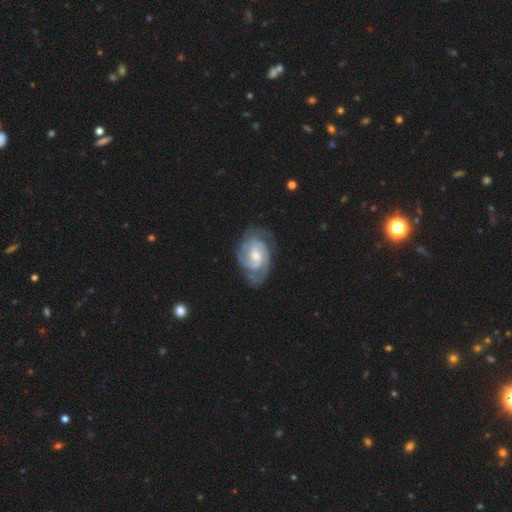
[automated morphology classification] Q: Smooth or featured?
A: featured or disk (86%); runner-up: smooth (10%)
Q: Edge-on disk?
A: no (97%); runner-up: yes (3%)
Q: Bar?
A: no (59%); runner-up: weak (35%)
Q: Spiral arms?
A: yes (96%); runner-up: no (4%)
Q: Spiral winding?
A: tight (56%); runner-up: medium (36%)
Q: Spiral arm count?
A: 2 (36%); runner-up: 3 (25%)
Q: Bulge size?
A: moderate (54%); runner-up: small (37%)
Q: Merging?
A: none (67%); runner-up: minor disturbance (21%)